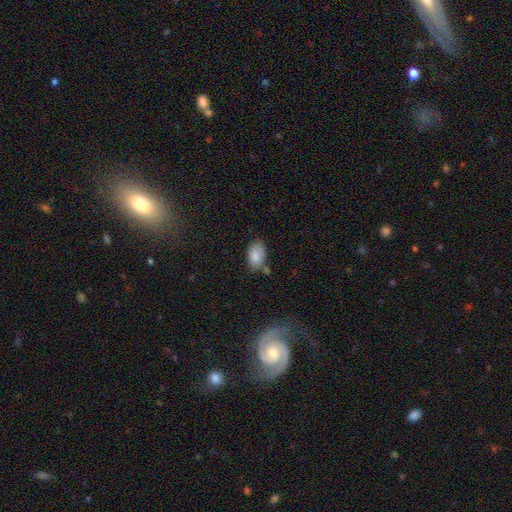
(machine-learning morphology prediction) This appears to be a smooth galaxy with no disk features (86%) that is in between round and cigar-shaped (93%). Merging: none (64%).